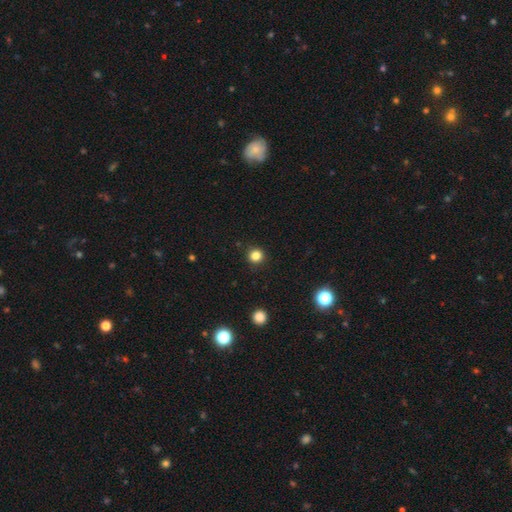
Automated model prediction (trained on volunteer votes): Smooth or featured? smooth (82%)
How rounded? round (93%)
Merging? none (91%)